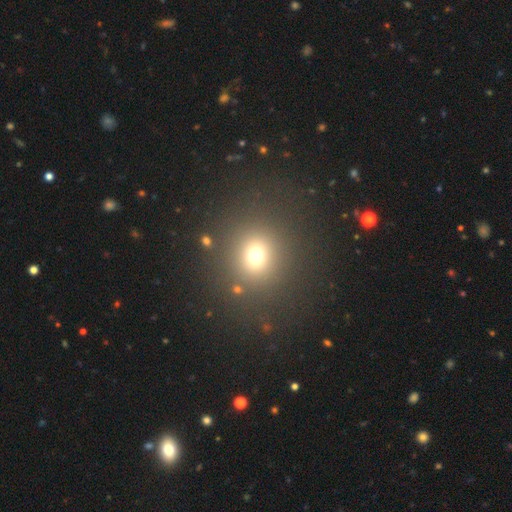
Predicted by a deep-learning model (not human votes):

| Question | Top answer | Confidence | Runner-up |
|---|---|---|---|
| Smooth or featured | smooth | 70% | star or artifact (20%) |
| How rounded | round | 84% | in between (15%) |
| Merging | none | 85% | minor disturbance (7%) |